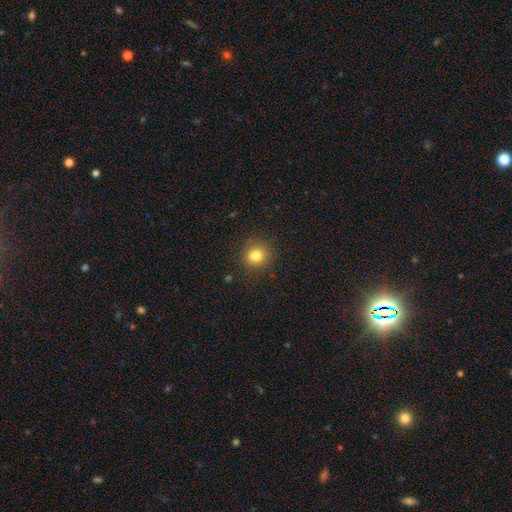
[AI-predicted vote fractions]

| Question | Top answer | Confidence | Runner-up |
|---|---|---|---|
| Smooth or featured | smooth | 82% | star or artifact (13%) |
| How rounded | round | 80% | in between (19%) |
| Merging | none | 85% | minor disturbance (10%) |